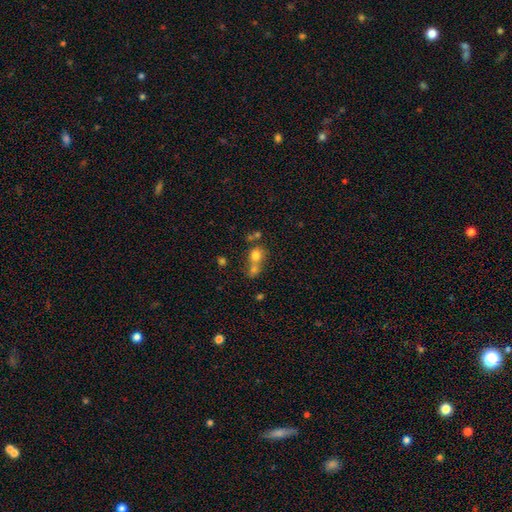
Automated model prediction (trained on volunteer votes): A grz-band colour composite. It shows a smooth galaxy with no disk features (72%) that is round (70%). Merging: merger (57%).